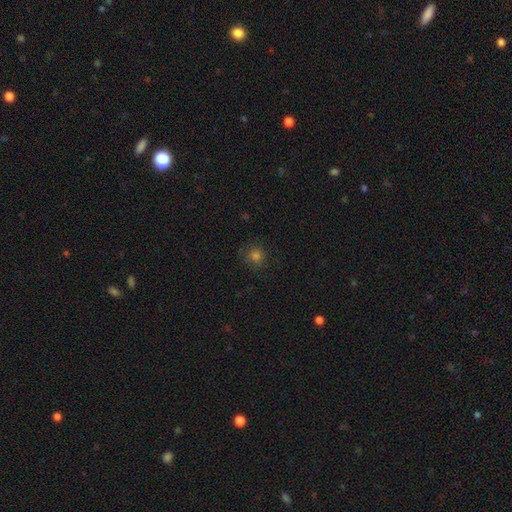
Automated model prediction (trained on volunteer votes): A smooth galaxy with no disk features (72%) that is round (92%).

Vote fractions:
- Smooth or featured? smooth: 72% / star or artifact: 20% / featured or disk: 8%
- How rounded? round: 92% / in between: 7% / cigar-shaped: 1%
- Merging? none: 83% / minor disturbance: 12% / major disturbance: 5% / merger: 1%